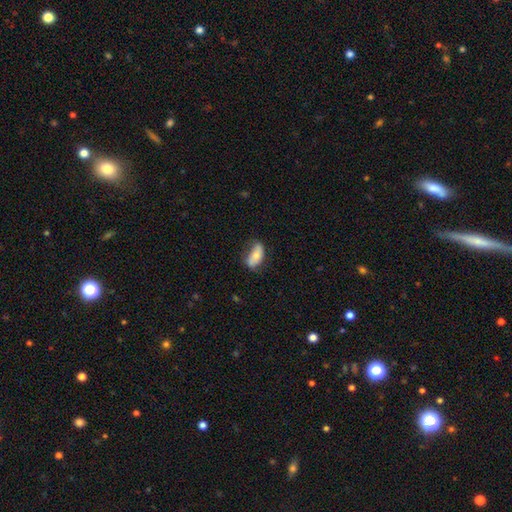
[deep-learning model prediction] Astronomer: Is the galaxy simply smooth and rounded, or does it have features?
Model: smooth — 67%.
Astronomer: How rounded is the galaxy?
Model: in between — 86%.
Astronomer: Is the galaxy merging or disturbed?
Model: none — 58%.